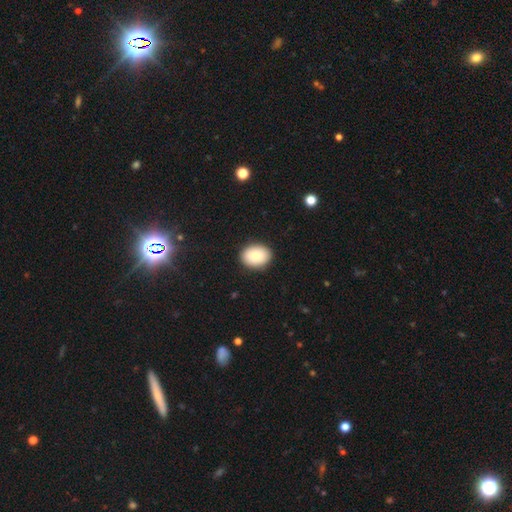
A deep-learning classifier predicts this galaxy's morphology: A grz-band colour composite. It shows a smooth galaxy with no disk features (84%) that is in between round and cigar-shaped (65%). Merging: none (89%).